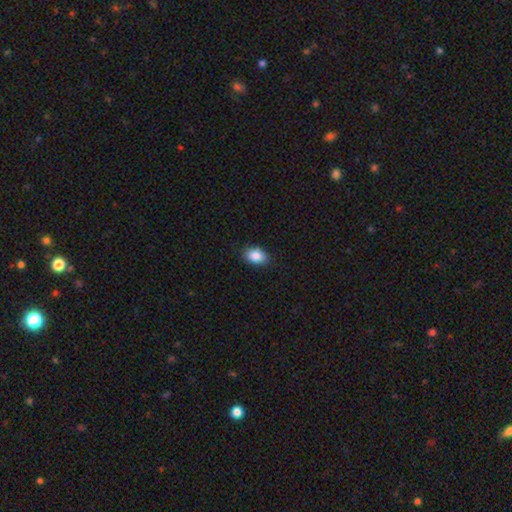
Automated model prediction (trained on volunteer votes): The model was most divided on "how rounded": in between: 83%, round: 16%, cigar-shaped: 1%. More confident: smooth or featured — smooth (88%); merging — none (87%).